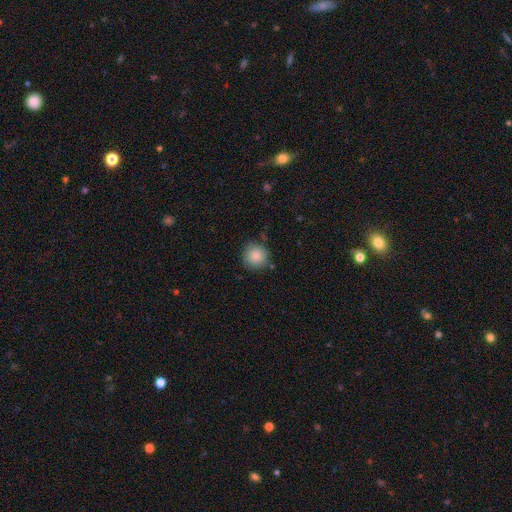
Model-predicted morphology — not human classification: This appears to be a smooth galaxy with no disk features (87%) that is round (94%). Merging: none (83%).